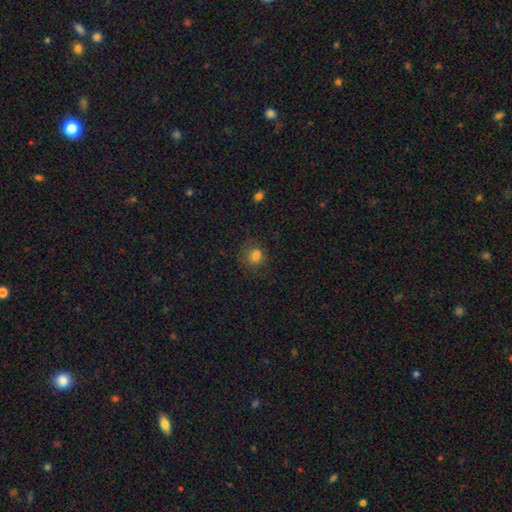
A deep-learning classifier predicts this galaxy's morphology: The model was most divided on "how rounded": round: 67%, in between: 32%, cigar-shaped: 1%. More confident: smooth or featured — smooth (78%); merging — none (73%).